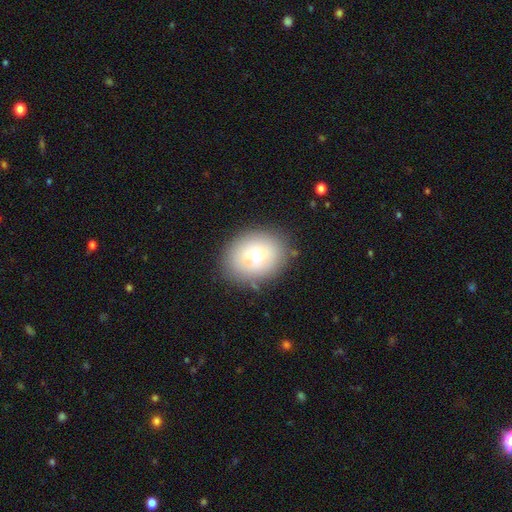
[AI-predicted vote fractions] This appears to be a smooth galaxy with no disk features (68%) that is round (52%). Merging: none (85%).